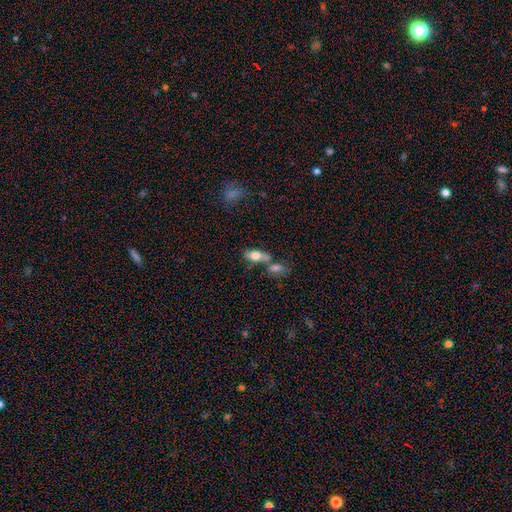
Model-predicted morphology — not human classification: Smooth or featured?
  - smooth: 70% *
  - featured or disk: 22%
  - star or artifact: 8%
How rounded?
  - in between: 81% *
  - cigar-shaped: 13%
  - round: 6%
Merging?
  - merger: 44% *
  - none: 36%
  - minor disturbance: 12%
  - major disturbance: 7%